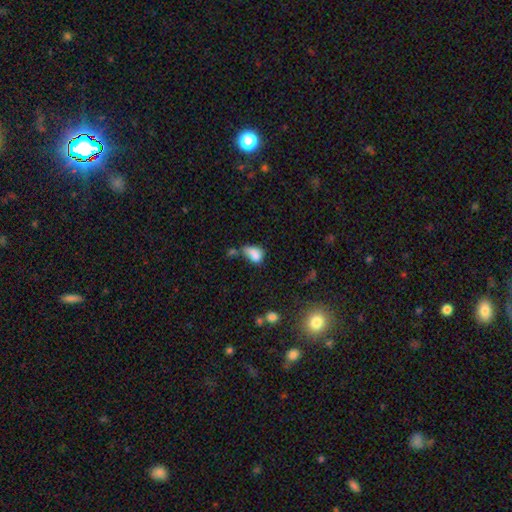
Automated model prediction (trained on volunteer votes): smooth 76%, featured or disk 13%, star or artifact 12%. Down the decision tree: how rounded — in between (80%); merging — merger (33%).